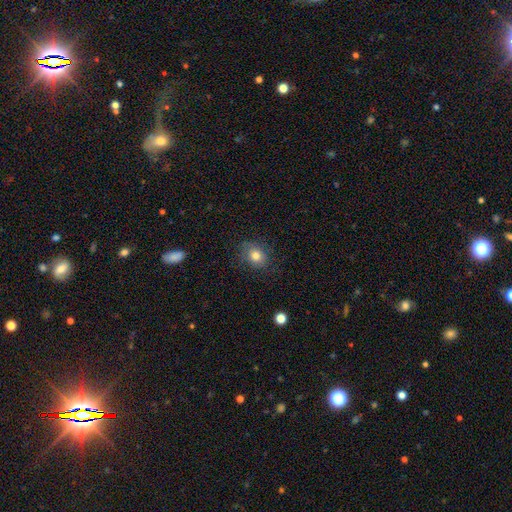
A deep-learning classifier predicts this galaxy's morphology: Smooth or featured? smooth (80%)
How rounded? round (63%)
Merging? none (78%)